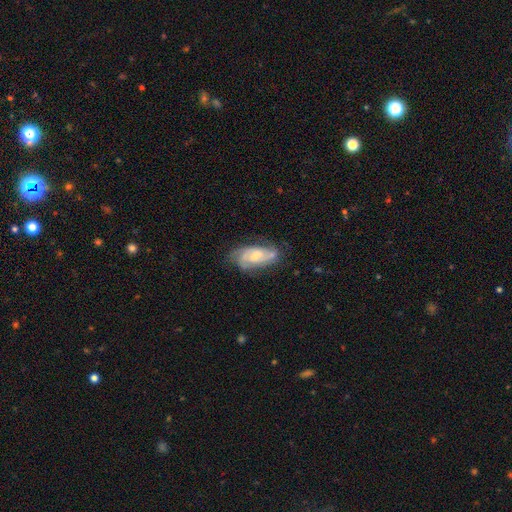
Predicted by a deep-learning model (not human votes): Overall: featured or disk (69%). Edge-on disk: no (94%). Bar: no (56%; weak 35%). Spiral arms: yes (88%). Spiral arm count: 2 (43%; can't tell 27%). Spiral winding: medium (43%; tight 41%). Bulge size: moderate (46%; small 44%). Merging: none (59%; minor disturbance 26%).